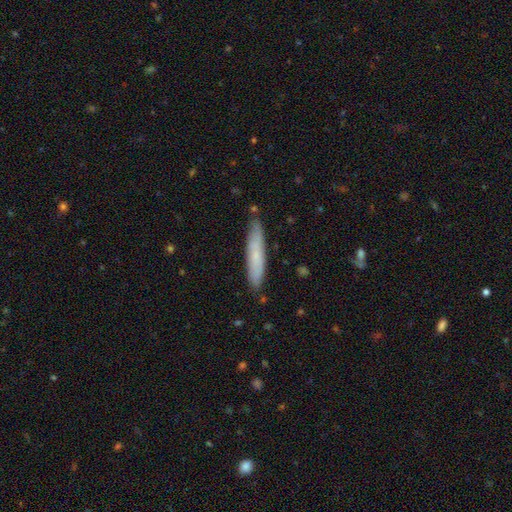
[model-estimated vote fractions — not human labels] Smooth or featured: smooth — 67% (featured or disk — 26%)
How rounded: cigar-shaped — 89% (in between — 9%)
Merging: none — 84% (minor disturbance — 13%)